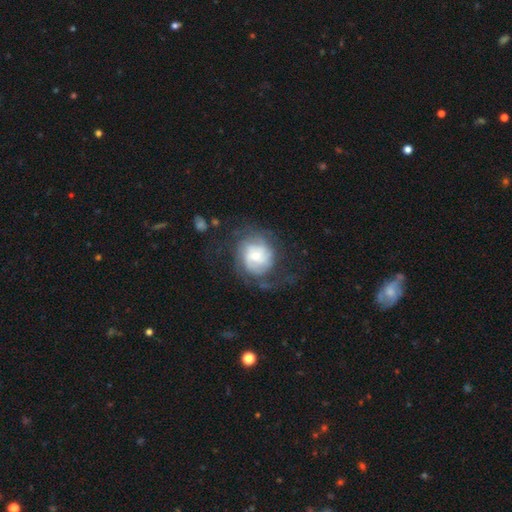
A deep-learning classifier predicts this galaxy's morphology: This is likely a featured or disk galaxy (71%). It is clearly not viewed edge-on (97%). Bar: likely no (65%). Spiral arm pattern: clearly yes (87%). Spiral arm count: marginally can't tell (43%). Spiral winding: possibly tight (51%). Central bulge: possibly small (54%). Merging: possibly none (54%).